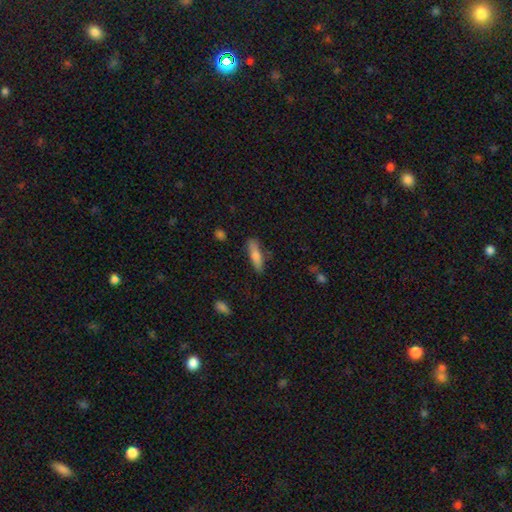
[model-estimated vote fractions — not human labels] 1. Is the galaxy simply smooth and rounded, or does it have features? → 74% smooth, 20% featured or disk, 6% star or artifact.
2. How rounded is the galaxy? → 63% cigar-shaped, 35% in between, 2% round.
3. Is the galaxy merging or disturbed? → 78% none, 16% minor disturbance, 4% major disturbance, 3% merger.